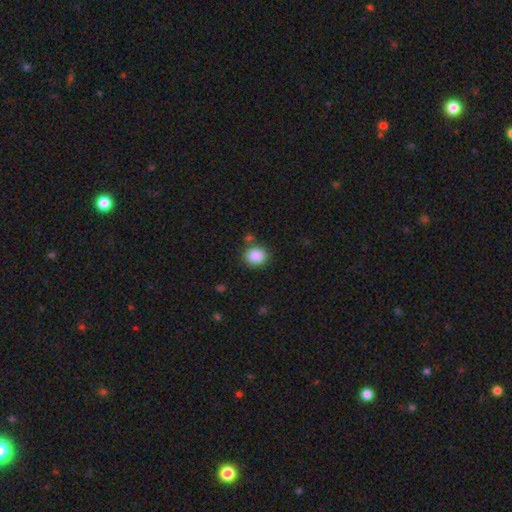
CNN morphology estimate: This appears to be a smooth galaxy with no disk features (88%) that is round (70%). Merging: none (83%).